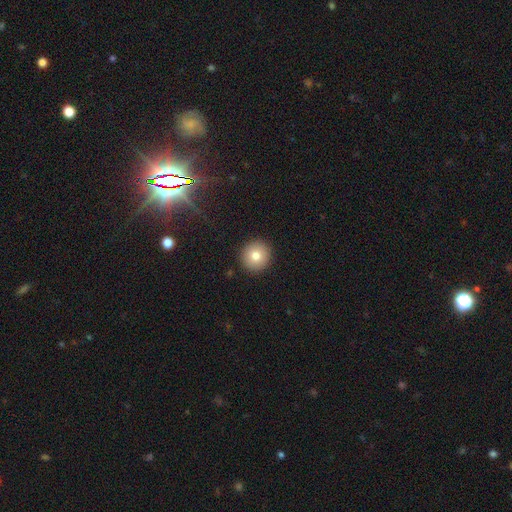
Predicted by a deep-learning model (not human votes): Smooth or featured? Predicted: smooth (p=0.79). How rounded? Predicted: round (p=0.94). Merging? Predicted: none (p=0.92).